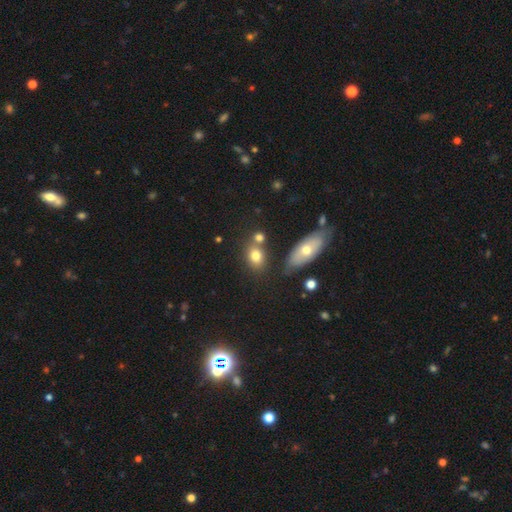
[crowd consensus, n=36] smooth_or_featured: smooth (p=0.78) [alt: featured or disk p=0.19]
how_rounded: in between (p=0.54) [alt: round p=0.46]
merging: none (p=0.60) [alt: merger p=0.17]